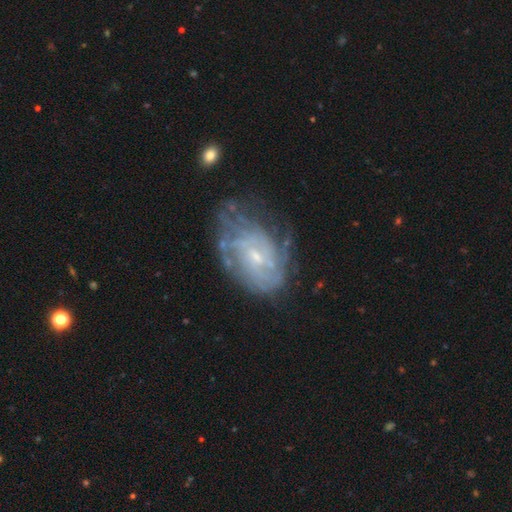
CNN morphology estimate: Smooth or featured?
  - featured or disk: 76% *
  - smooth: 15%
  - star or artifact: 8%
Edge-on disk?
  - no: 97% *
  - yes: 3%
Bar?
  - no: 53% *
  - weak: 40%
  - strong: 7%
Spiral arms?
  - yes: 78% *
  - no: 22%
Spiral winding?
  - tight: 61% *
  - medium: 28%
  - loose: 11%
Spiral arm count?
  - can't tell: 60% *
  - 2: 13%
  - 3: 9%
  - 4: 9%
  - more than 4: 5%
  - 1: 4%
Bulge size?
  - small: 70% *
  - moderate: 23%
  - none: 5%
  - large: 1%
  - dominant: 1%
Merging?
  - none: 51% *
  - minor disturbance: 27%
  - major disturbance: 19%
  - merger: 3%